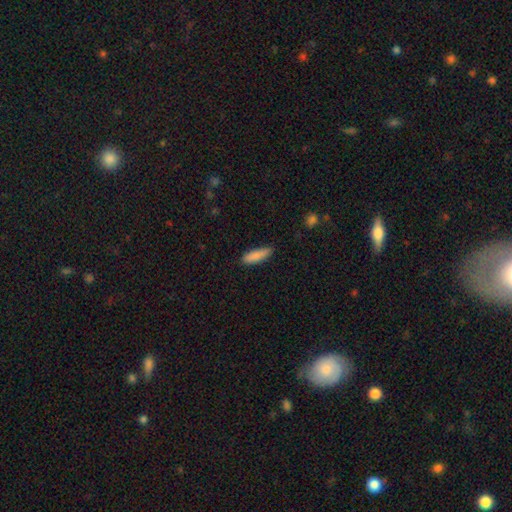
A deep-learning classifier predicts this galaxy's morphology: Smooth or featured: smooth — 88% (featured or disk — 6%)
How rounded: cigar-shaped — 58% (in between — 40%)
Merging: none — 82% (minor disturbance — 15%)